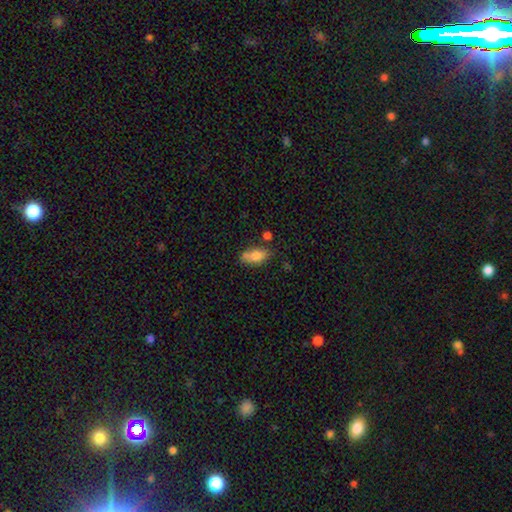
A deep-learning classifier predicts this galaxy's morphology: Smooth or featured? Predicted: smooth (p=0.78). How rounded? Predicted: in between (p=0.84). Merging? Predicted: none (p=0.57).